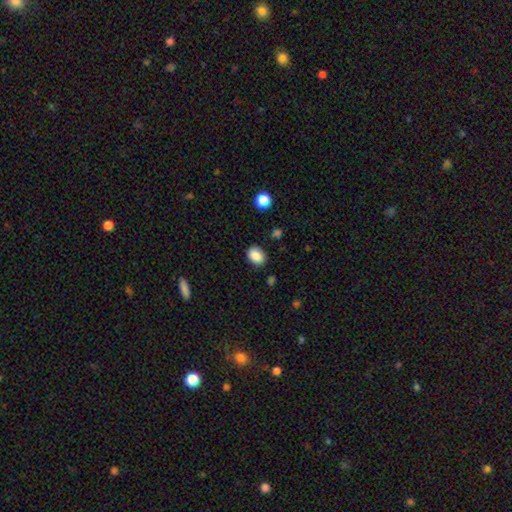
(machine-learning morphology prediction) Smooth or featured?
  - smooth: 87% *
  - star or artifact: 9%
  - featured or disk: 4%
How rounded?
  - in between: 66% *
  - round: 33%
  - cigar-shaped: 1%
Merging?
  - none: 84% *
  - minor disturbance: 11%
  - major disturbance: 3%
  - merger: 2%